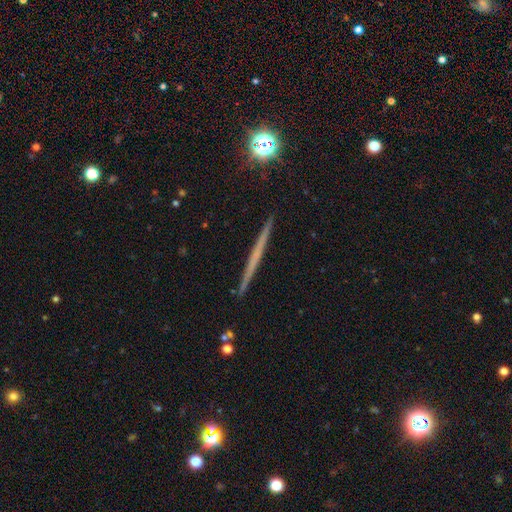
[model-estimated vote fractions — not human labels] smooth-or-featured: featured or disk: 58% | smooth: 34% | star or artifact: 8%
  disk-edge-on: yes: 98% | no: 2%
    edge-on-bulge: none: 90% | rounded: 7% | boxy: 3%
  merging: none: 93% | minor disturbance: 5% | merger: 1% | major disturbance: 1%